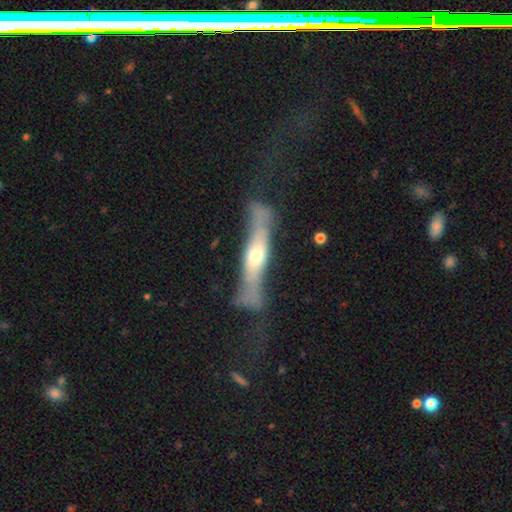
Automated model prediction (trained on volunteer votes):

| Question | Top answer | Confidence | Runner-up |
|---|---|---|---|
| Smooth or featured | featured or disk | 59% | smooth (34%) |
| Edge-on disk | yes | 72% | no (28%) |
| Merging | none | 40% | major disturbance (29%) |